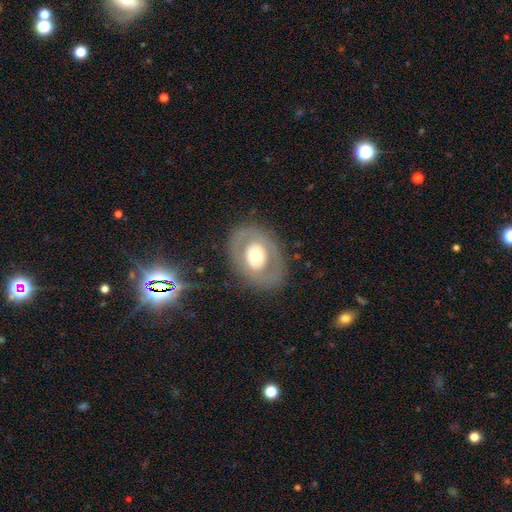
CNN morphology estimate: type=smooth (47%); merging=none (78%).